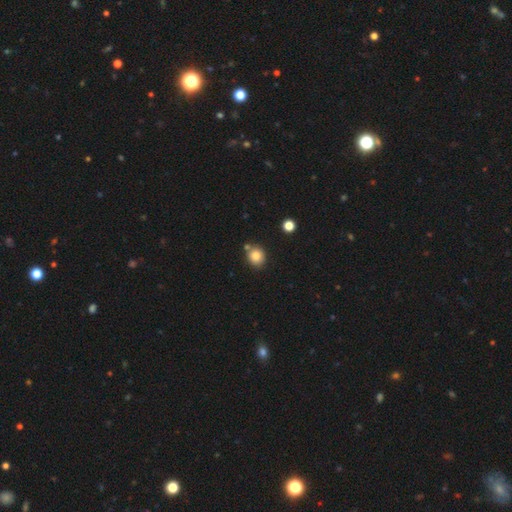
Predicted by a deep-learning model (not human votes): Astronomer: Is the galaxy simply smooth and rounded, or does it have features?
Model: smooth — 84%.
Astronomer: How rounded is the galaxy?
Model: round — 77%.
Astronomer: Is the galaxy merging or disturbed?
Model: none — 72%.